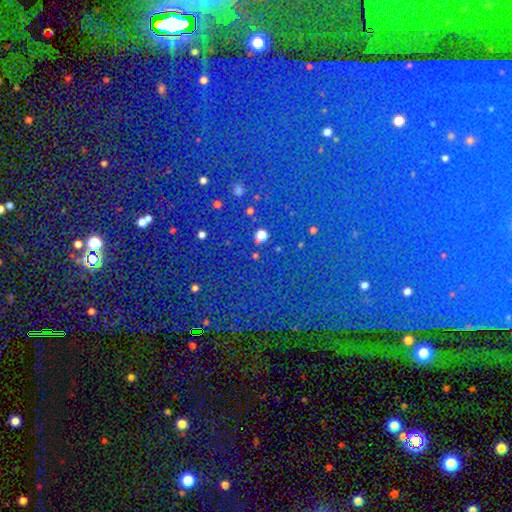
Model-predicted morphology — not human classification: type=star or artifact (77%).